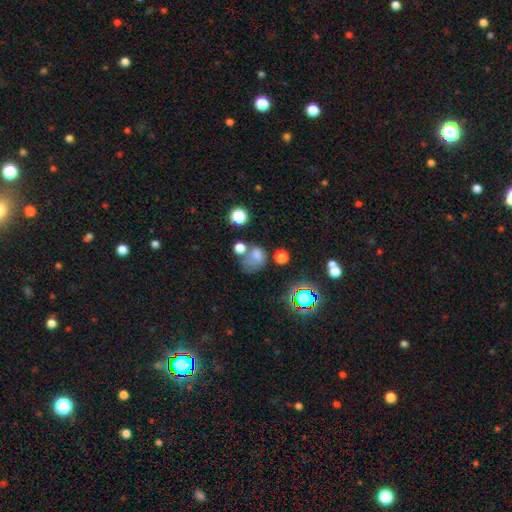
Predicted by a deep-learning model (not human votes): Q: Smooth or featured?
A: smooth (65%); runner-up: star or artifact (20%)
Q: How rounded?
A: round (60%); runner-up: in between (39%)
Q: Merging?
A: none (37%); runner-up: merger (25%)